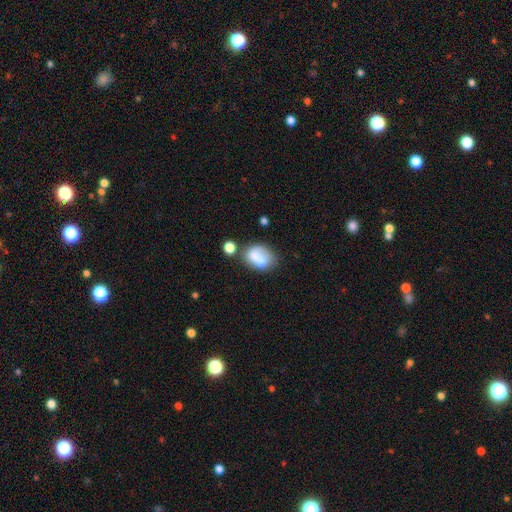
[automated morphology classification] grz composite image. It shows a smooth galaxy with no disk features (66%) that is in between round and cigar-shaped (72%). Merging: none (37%).